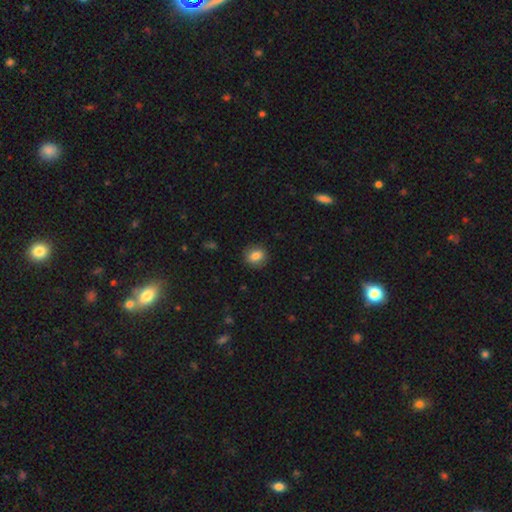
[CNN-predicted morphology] This is clearly a smooth galaxy (83%). How rounded: likely round (77%). Merging: clearly none (90%).